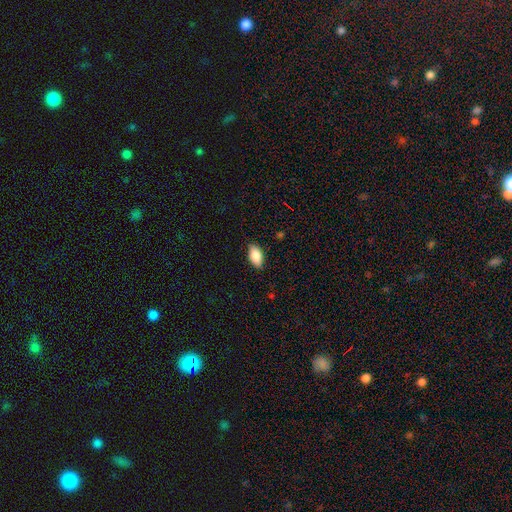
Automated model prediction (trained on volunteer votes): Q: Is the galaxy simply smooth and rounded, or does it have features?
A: smooth — 84%.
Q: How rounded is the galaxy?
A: in between — 92%.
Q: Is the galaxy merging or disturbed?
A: none — 84%.